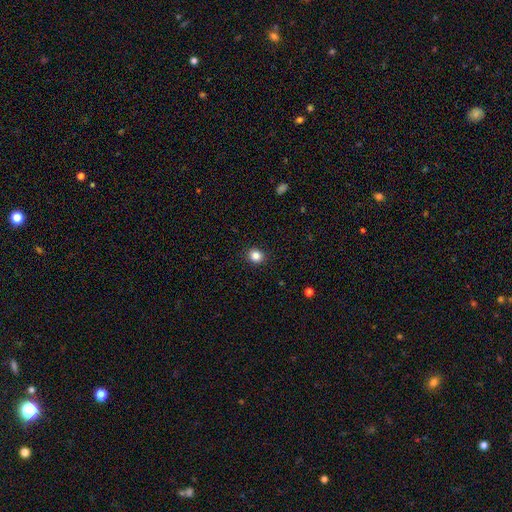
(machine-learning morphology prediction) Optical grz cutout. It shows a smooth galaxy with no disk features (84%) that is round (79%). Merging: none (91%).